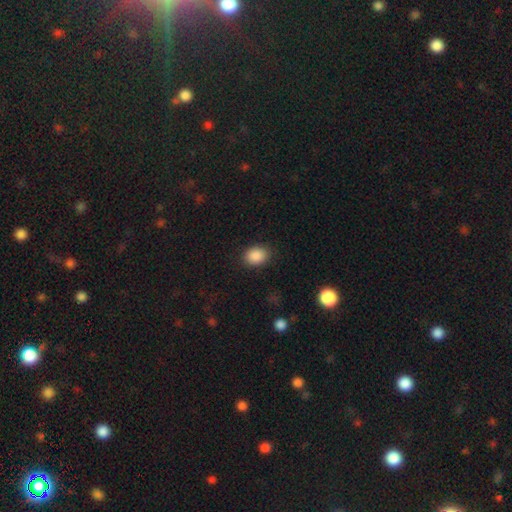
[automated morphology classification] This is clearly a smooth galaxy (89%). How rounded: likely in between (63%). Merging: clearly none (87%).